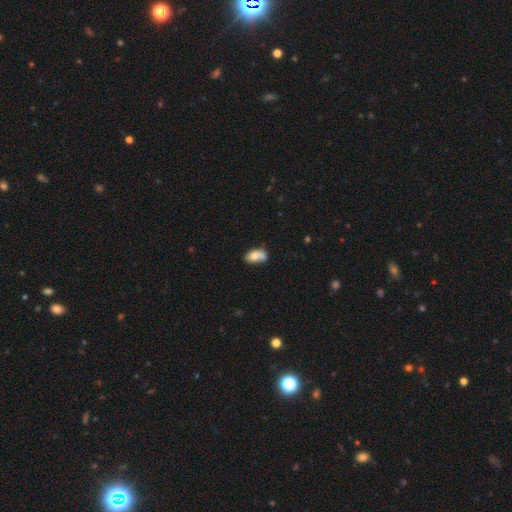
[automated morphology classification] Smooth or featured? Predicted: smooth (p=0.75). How rounded? Predicted: in between (p=0.90). Merging? Predicted: none (p=0.40).